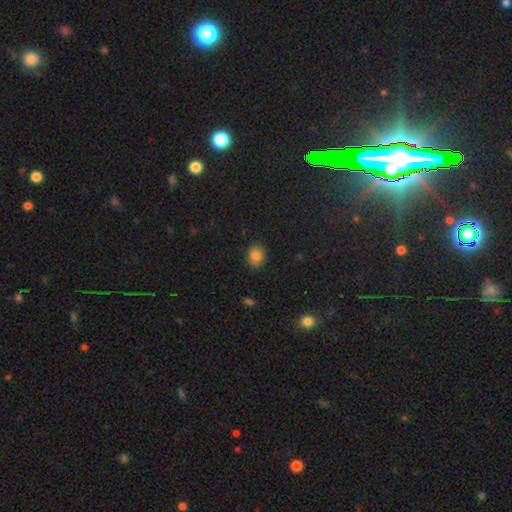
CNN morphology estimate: Q: Smooth or featured?
A: smooth (84%); runner-up: star or artifact (10%)
Q: How rounded?
A: in between (54%); runner-up: round (45%)
Q: Merging?
A: none (85%); runner-up: minor disturbance (12%)